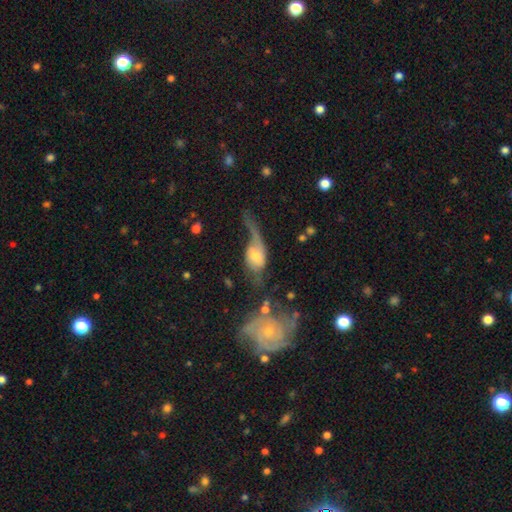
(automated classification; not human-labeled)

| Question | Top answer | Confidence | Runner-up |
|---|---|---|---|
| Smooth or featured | featured or disk | 63% | smooth (30%) |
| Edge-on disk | no | 92% | yes (8%) |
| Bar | no | 61% | weak (31%) |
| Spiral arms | yes | 81% | no (19%) |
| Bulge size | moderate | 43% | small (41%) |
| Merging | major disturbance | 48% | none (20%) |